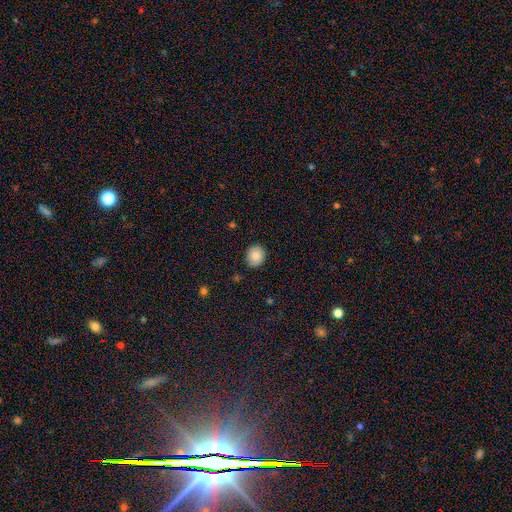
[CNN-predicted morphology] A smooth galaxy with no disk features (84%) that is round (72%). Merging: none (86%).